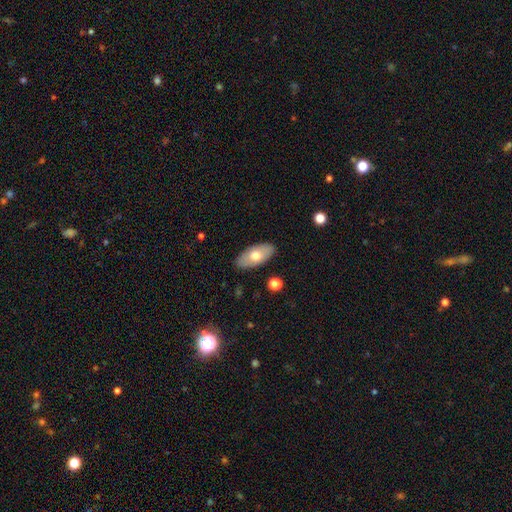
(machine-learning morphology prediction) Smooth or featured? Predicted: smooth (p=0.65). How rounded? Predicted: in between (p=0.92). Merging? Predicted: none (p=0.87).